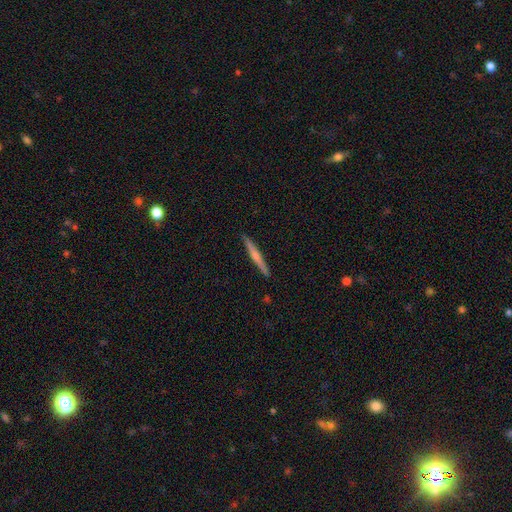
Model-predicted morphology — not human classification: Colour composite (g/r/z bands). It shows a featured or disk galaxy (56%) viewed edge-on (98%) with a rounded central bulge (63%). Merging: none (92%).